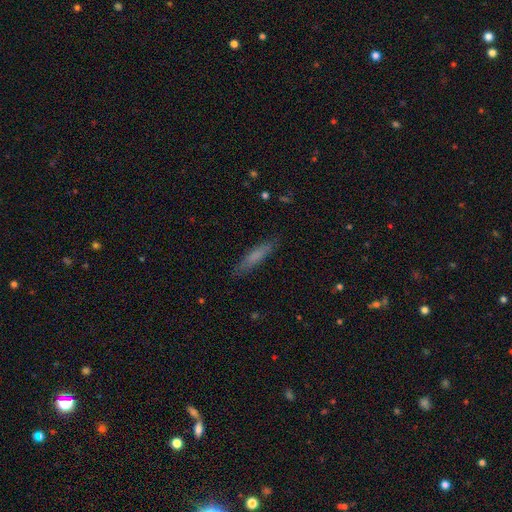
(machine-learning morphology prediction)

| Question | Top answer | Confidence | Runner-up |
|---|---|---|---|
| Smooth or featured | smooth | 72% | featured or disk (21%) |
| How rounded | cigar-shaped | 84% | in between (14%) |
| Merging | none | 86% | minor disturbance (11%) |